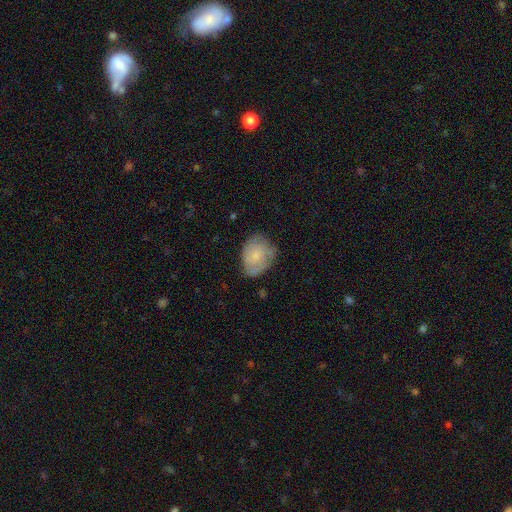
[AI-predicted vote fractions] Smooth or featured?
  - smooth: 59% *
  - featured or disk: 34%
  - star or artifact: 7%
How rounded?
  - in between: 65% *
  - round: 34%
  - cigar-shaped: 1%
Merging?
  - none: 59% *
  - minor disturbance: 30%
  - major disturbance: 9%
  - merger: 2%